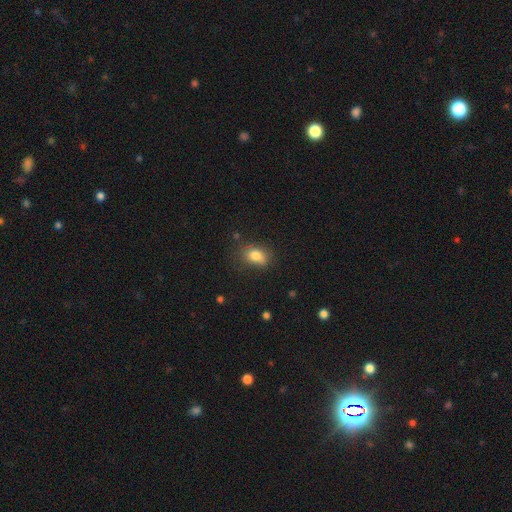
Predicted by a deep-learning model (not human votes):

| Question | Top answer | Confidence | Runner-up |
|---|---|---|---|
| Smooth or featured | smooth | 82% | star or artifact (9%) |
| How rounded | in between | 78% | round (20%) |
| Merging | none | 70% | minor disturbance (21%) |